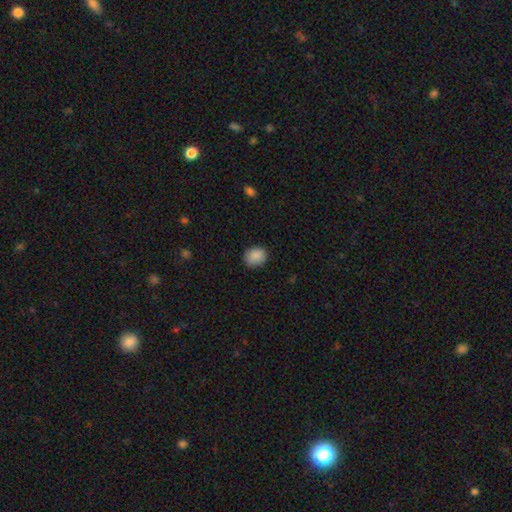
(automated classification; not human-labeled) smooth 88%, star or artifact 8%, featured or disk 4%. Down the decision tree: how rounded — round (56%); merging — none (85%).